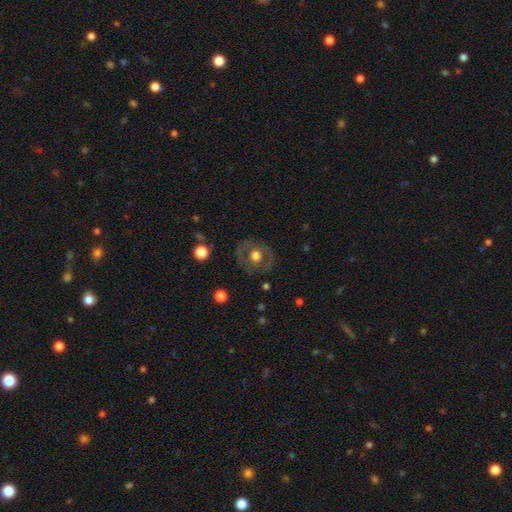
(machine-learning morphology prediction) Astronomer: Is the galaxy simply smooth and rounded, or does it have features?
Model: smooth — 47% (runner-up: featured or disk, 45%).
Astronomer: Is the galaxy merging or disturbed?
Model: none — 79%.